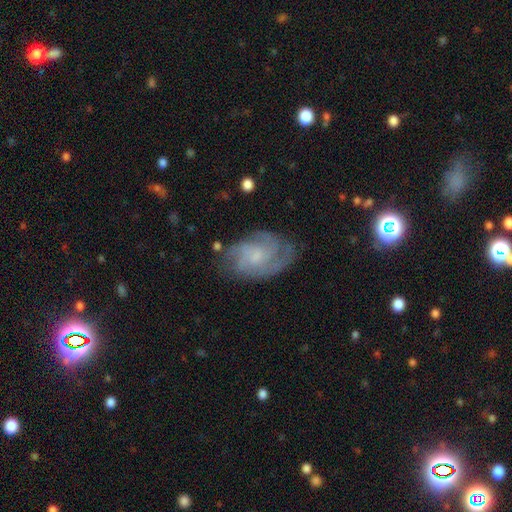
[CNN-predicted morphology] smooth-or-featured: featured or disk: 75% | smooth: 17% | star or artifact: 7%
  disk-edge-on: no: 97% | yes: 3%
    bar: no: 64% | weak: 33% | strong: 4%
    has-spiral-arms: yes: 93% | no: 7%
      spiral-winding: tight: 46% | medium: 41% | loose: 13%
      spiral-arm-count: can't tell: 30% | 3: 28% | 2: 19% | 4: 12% | 1: 5% | more than 4: 5%
    bulge-size: small: 52% | moderate: 26% | none: 18% | large: 3% | dominant: 1%
  merging: none: 68% | minor disturbance: 21% | major disturbance: 9% | merger: 2%